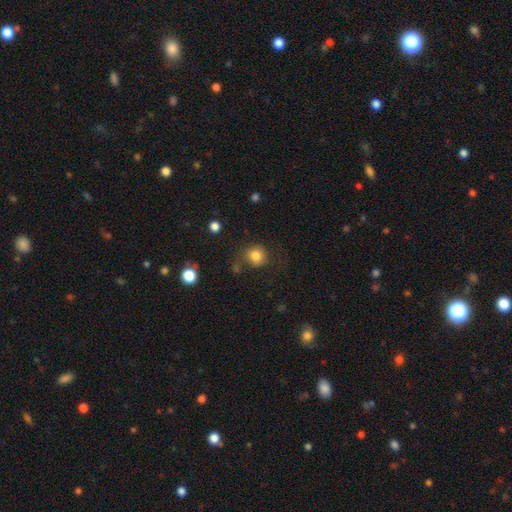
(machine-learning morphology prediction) A smooth galaxy with no disk features (83%) that is round (86%). Merging: none (68%).